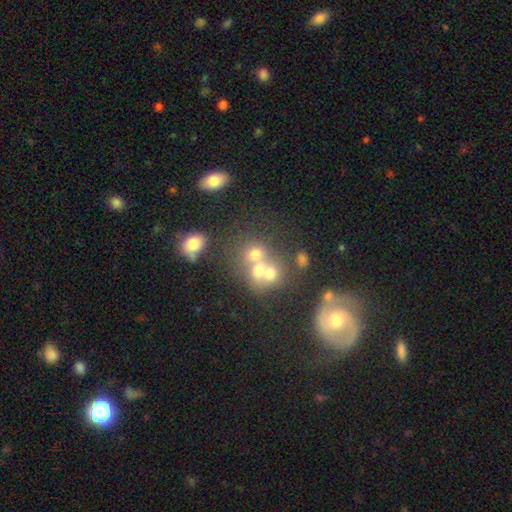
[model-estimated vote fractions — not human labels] Overall: smooth (55%; featured or disk 28%). How rounded: round (68%; in between 31%). Merging: merger (51%; none 32%).